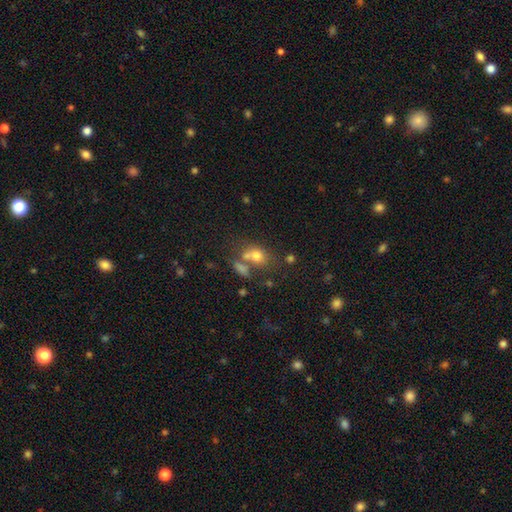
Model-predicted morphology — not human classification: Smooth or featured? smooth (71%)
How rounded? in between (54%)
Merging? none (40%)